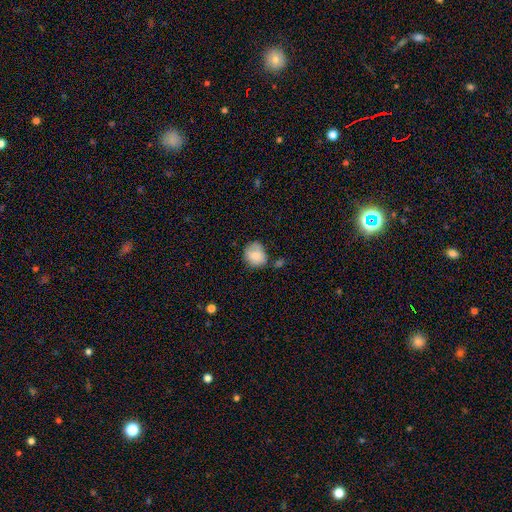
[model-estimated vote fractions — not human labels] smooth 80%, featured or disk 12%, star or artifact 8%. Down the decision tree: how rounded — round (72%); merging — none (60%).